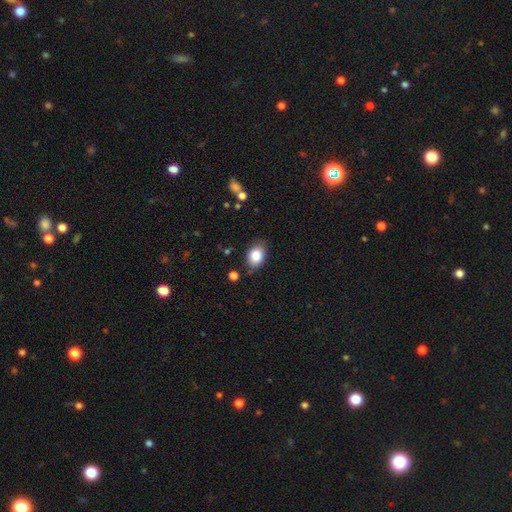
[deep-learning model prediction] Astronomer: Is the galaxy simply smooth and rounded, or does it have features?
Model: smooth — 83%.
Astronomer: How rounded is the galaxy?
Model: in between — 73%.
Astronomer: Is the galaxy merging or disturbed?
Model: none — 80%.